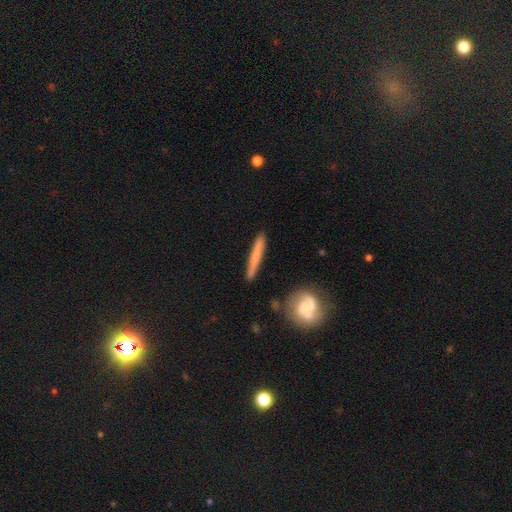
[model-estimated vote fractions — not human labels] smooth_or_featured: smooth (p=0.59) [alt: featured or disk p=0.35]
how_rounded: cigar-shaped (p=0.95) [alt: in between p=0.03]
merging: none (p=0.88) [alt: minor disturbance p=0.08]